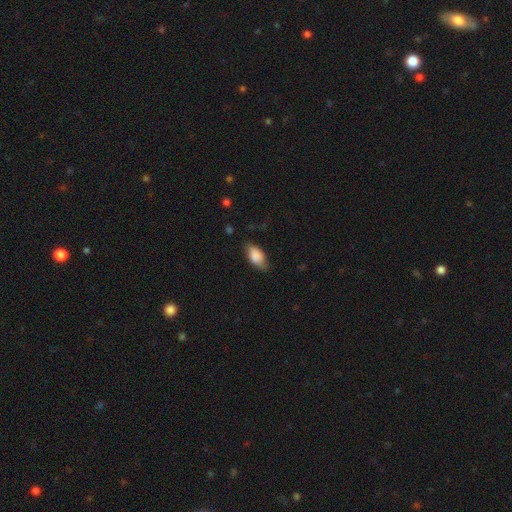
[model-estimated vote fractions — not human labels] Q: Smooth or featured?
A: smooth (83%); runner-up: featured or disk (10%)
Q: How rounded?
A: in between (91%); runner-up: cigar-shaped (5%)
Q: Merging?
A: none (66%); runner-up: minor disturbance (26%)